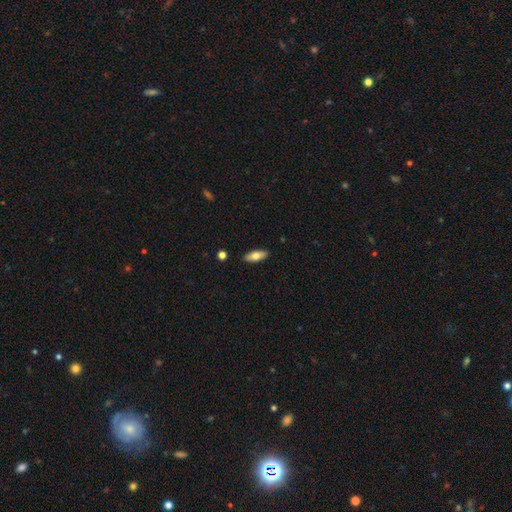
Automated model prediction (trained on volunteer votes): A smooth galaxy with no disk features (72%) that is in between round and cigar-shaped (75%).

Vote fractions:
- Smooth or featured? smooth: 72% / featured or disk: 21% / star or artifact: 6%
- How rounded? in between: 75% / cigar-shaped: 23% / round: 2%
- Merging? none: 89% / minor disturbance: 8% / major disturbance: 2% / merger: 1%